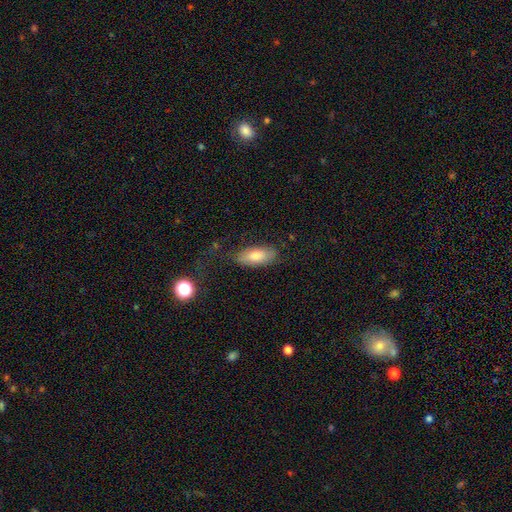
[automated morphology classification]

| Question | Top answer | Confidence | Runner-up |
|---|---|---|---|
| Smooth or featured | smooth | 76% | featured or disk (17%) |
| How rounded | in between | 81% | cigar-shaped (16%) |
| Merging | none | 72% | minor disturbance (19%) |